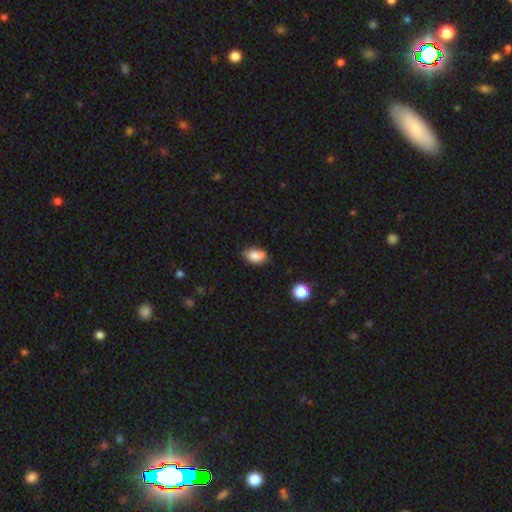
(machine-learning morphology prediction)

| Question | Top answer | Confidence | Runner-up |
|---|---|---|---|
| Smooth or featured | smooth | 81% | featured or disk (10%) |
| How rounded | in between | 87% | round (12%) |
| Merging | none | 60% | minor disturbance (23%) |